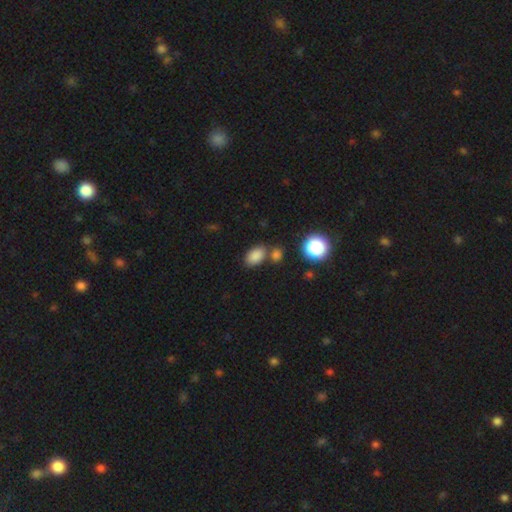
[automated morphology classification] Smooth or featured: smooth — 83% (star or artifact — 12%)
How rounded: in between — 86% (round — 13%)
Merging: none — 66% (merger — 19%)